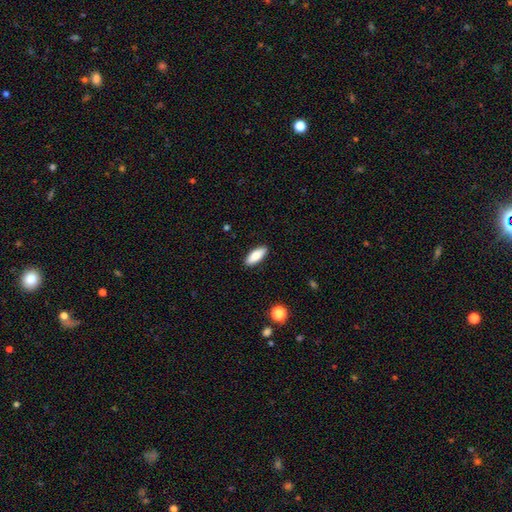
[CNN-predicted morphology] Overall: smooth (82%). How rounded: in between (73%). Merging: none (90%).